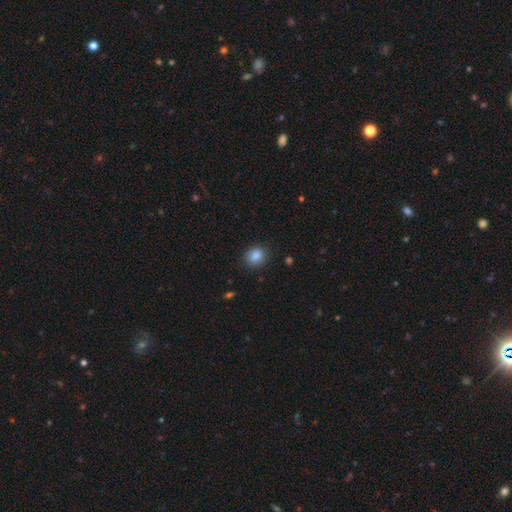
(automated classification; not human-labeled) smooth 86%, star or artifact 10%, featured or disk 4%. Down the decision tree: how rounded — round (70%); merging — none (85%).